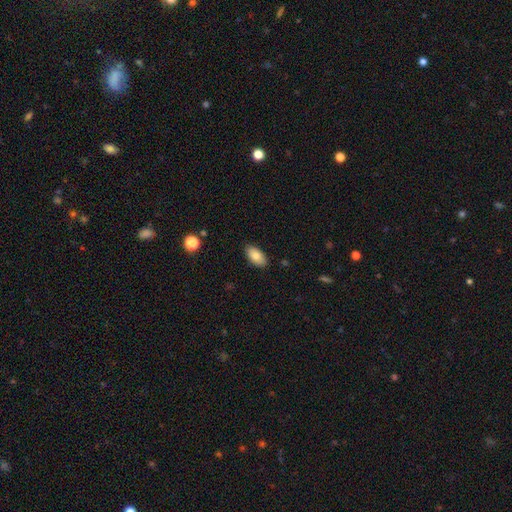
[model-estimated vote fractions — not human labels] The model was most divided on "smooth or featured": smooth: 82%, featured or disk: 11%, star or artifact: 7%. More confident: how rounded — in between (94%); merging — none (88%).